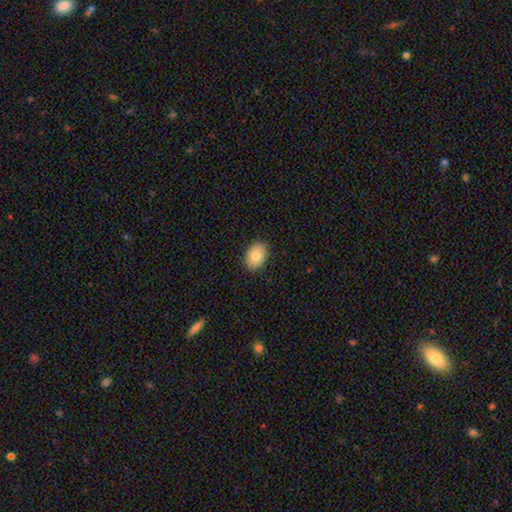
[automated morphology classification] This appears to be a smooth galaxy with no disk features (83%) that is in between round and cigar-shaped (83%). Merging: none (88%).